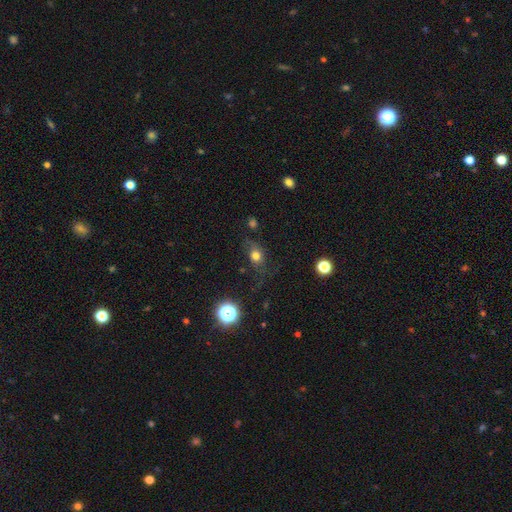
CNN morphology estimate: The model was most divided on "how rounded": round: 55%, in between: 42%, cigar-shaped: 3%. More confident: smooth or featured — smooth (69%); merging — none (61%).